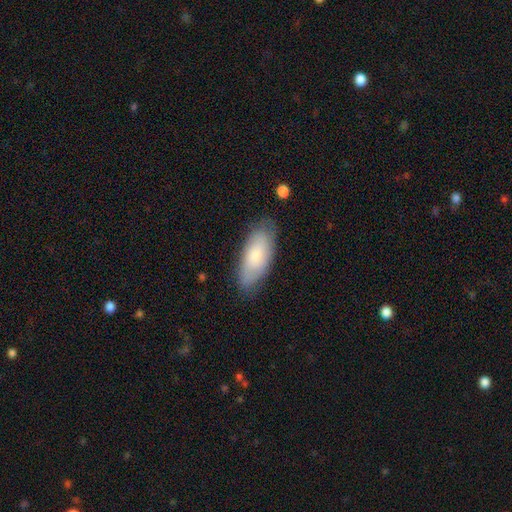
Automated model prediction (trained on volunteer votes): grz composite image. It shows a smooth galaxy with no disk features (73%) that is in between round and cigar-shaped (82%). Merging: none (77%).